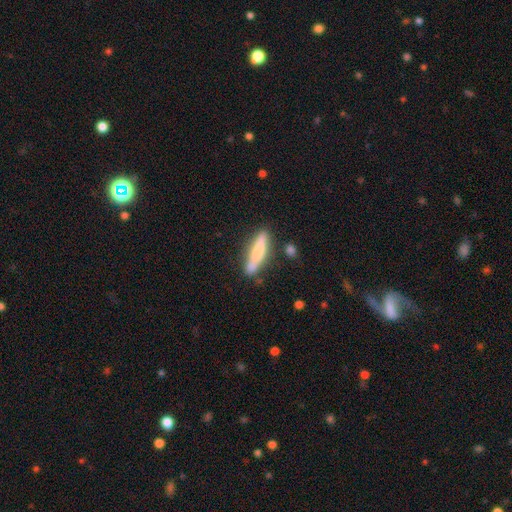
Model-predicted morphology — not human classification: type=smooth (69%); roundness=cigar-shaped (81%); merging=none (69%).